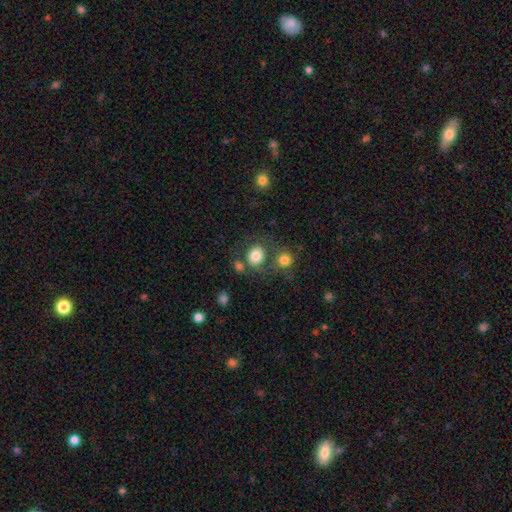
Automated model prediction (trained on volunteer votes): This appears to be a smooth galaxy with no disk features (80%) that is round (70%). Merging: none (61%).